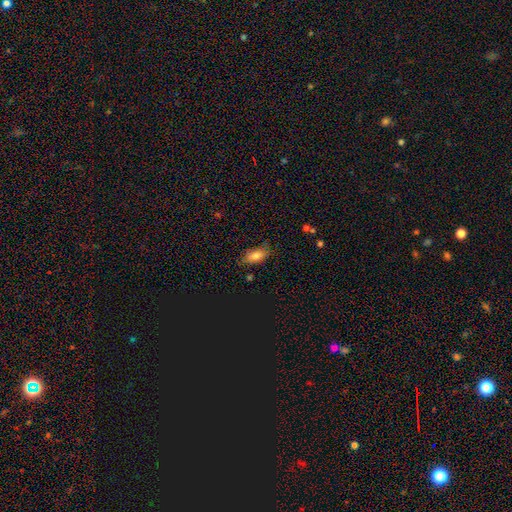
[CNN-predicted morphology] A smooth galaxy with no disk features (77%) that is in between round and cigar-shaped (88%). Merging: none (72%).